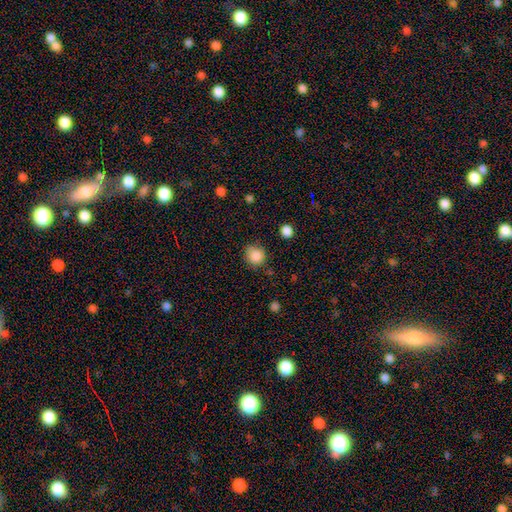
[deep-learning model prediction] A smooth galaxy with no disk features (86%) that is round (86%).

Vote fractions:
- Smooth or featured? smooth: 86% / star or artifact: 10% / featured or disk: 4%
- How rounded? round: 86% / in between: 13% / cigar-shaped: 1%
- Merging? none: 74% / minor disturbance: 19% / major disturbance: 5% / merger: 3%